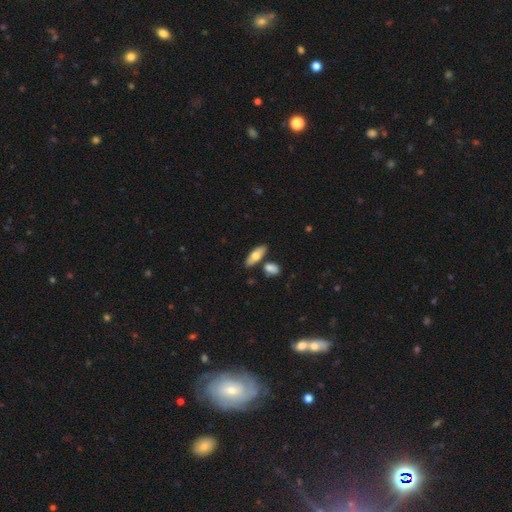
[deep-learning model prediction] Smooth or featured? Predicted: smooth (p=0.69). How rounded? Predicted: in between (p=0.72). Merging? Predicted: none (p=0.77).